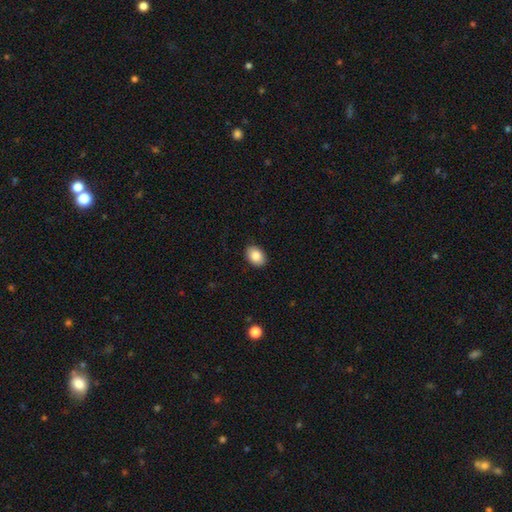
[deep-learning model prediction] smooth_or_featured: smooth (p=0.86) [alt: star or artifact p=0.07]
how_rounded: in between (p=0.78) [alt: round p=0.21]
merging: none (p=0.89) [alt: minor disturbance p=0.08]